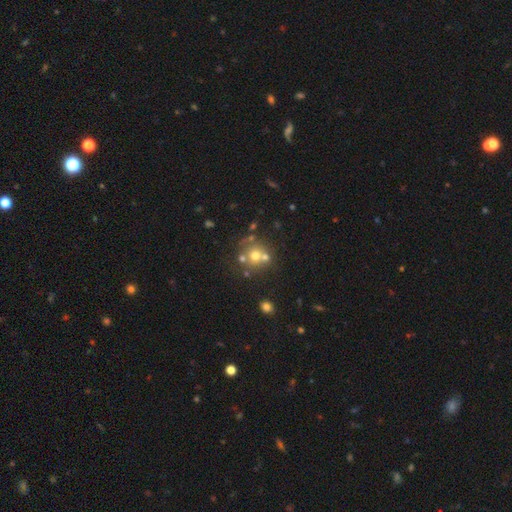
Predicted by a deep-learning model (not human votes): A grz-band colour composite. It shows a smooth galaxy with no disk features (59%) that is round (86%). Merging: none (50%).